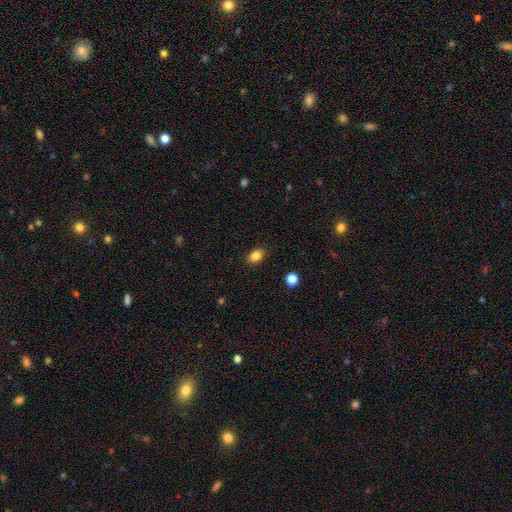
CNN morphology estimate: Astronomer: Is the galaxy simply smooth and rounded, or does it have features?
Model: smooth — 85%.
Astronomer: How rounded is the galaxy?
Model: in between — 79%.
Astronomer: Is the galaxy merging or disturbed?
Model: none — 88%.